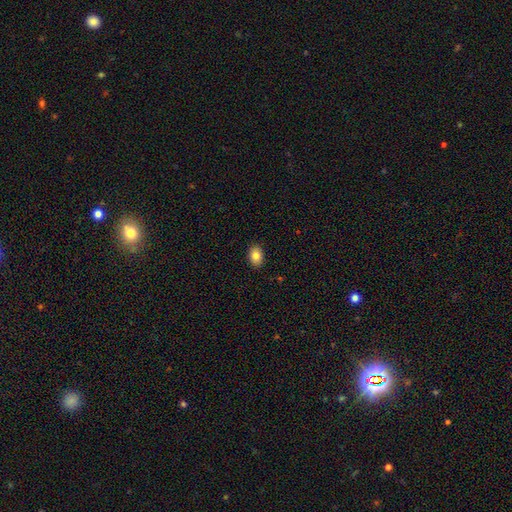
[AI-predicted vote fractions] A smooth galaxy with no disk features (83%) that is in between round and cigar-shaped (77%).

Vote fractions:
- Smooth or featured? smooth: 83% / star or artifact: 9% / featured or disk: 8%
- How rounded? in between: 77% / round: 22% / cigar-shaped: 1%
- Merging? none: 90% / minor disturbance: 8% / major disturbance: 2% / merger: 1%